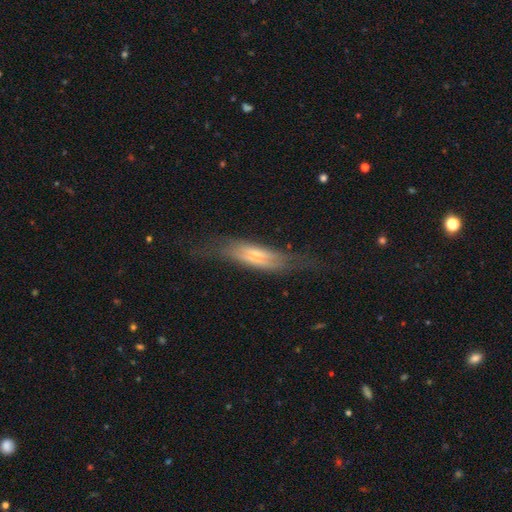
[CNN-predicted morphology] Smooth or featured?
  - featured or disk: 58% *
  - smooth: 34%
  - star or artifact: 8%
Edge-on disk?
  - yes: 75% *
  - no: 25%
Merging?
  - none: 59% *
  - minor disturbance: 24%
  - major disturbance: 15%
  - merger: 2%